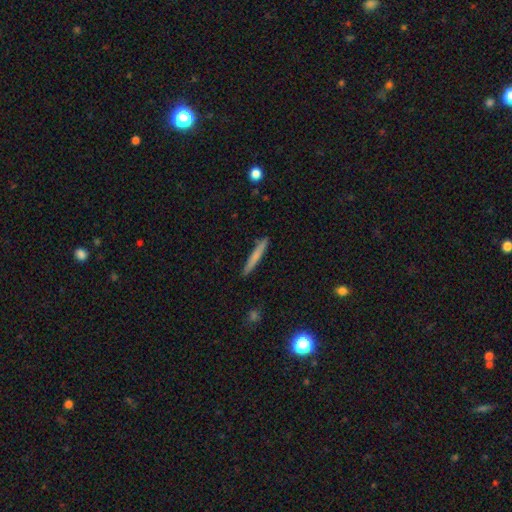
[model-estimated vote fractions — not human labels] smooth_or_featured: smooth (p=0.68) [alt: featured or disk p=0.25]
how_rounded: cigar-shaped (p=0.96) [alt: in between p=0.03]
merging: none (p=0.89) [alt: minor disturbance p=0.08]